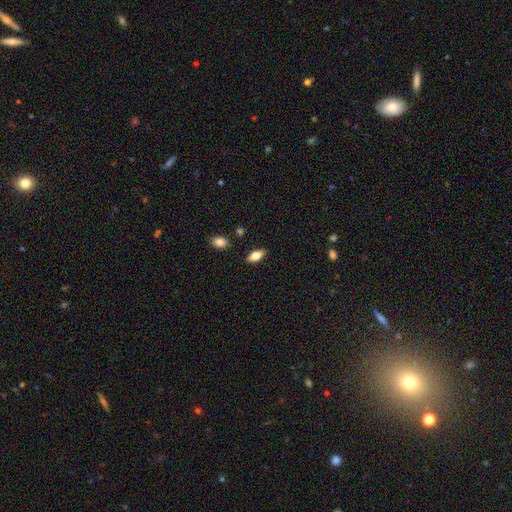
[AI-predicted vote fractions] Overall: smooth (73%). How rounded: in between (85%). Merging: none (86%).